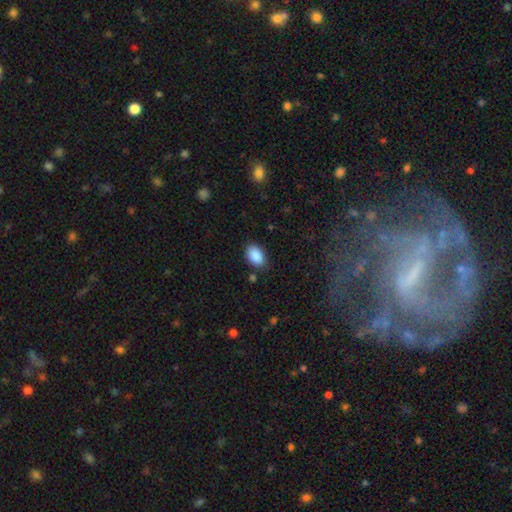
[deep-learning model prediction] Q: Smooth or featured?
A: smooth (89%); runner-up: star or artifact (7%)
Q: How rounded?
A: in between (90%); runner-up: round (9%)
Q: Merging?
A: none (82%); runner-up: minor disturbance (13%)